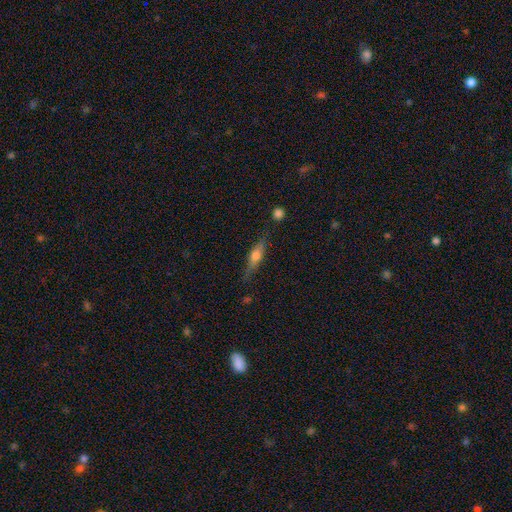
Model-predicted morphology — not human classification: This appears to be a featured or disk galaxy (49%). Merging: none (76%).